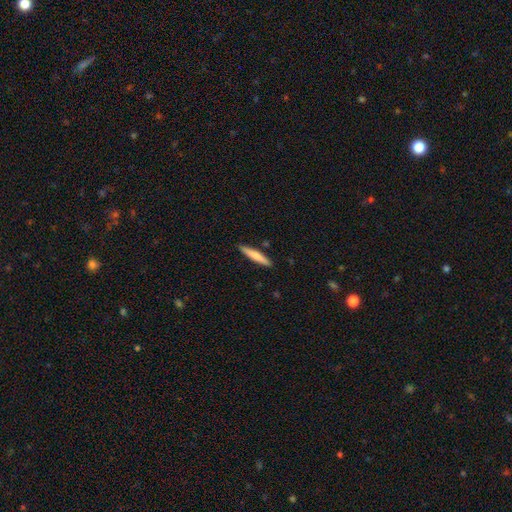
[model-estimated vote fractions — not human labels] smooth-or-featured: smooth: 70% | featured or disk: 24% | star or artifact: 5%
  how-rounded: cigar-shaped: 93% | in between: 6% | round: 1%
  merging: none: 89% | minor disturbance: 8% | merger: 2% | major disturbance: 2%